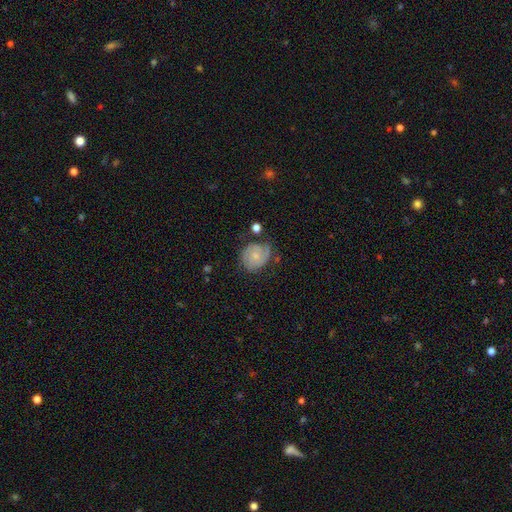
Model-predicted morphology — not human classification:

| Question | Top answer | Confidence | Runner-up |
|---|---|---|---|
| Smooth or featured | featured or disk | 55% | smooth (37%) |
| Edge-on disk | no | 97% | yes (3%) |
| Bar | no | 75% | weak (22%) |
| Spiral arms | yes | 81% | no (19%) |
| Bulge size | small | 64% | moderate (30%) |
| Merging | none | 54% | minor disturbance (29%) |